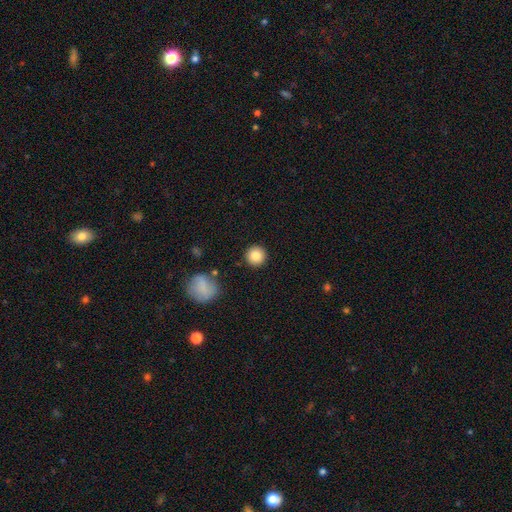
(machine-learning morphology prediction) The model was most divided on "smooth or featured": smooth: 83%, star or artifact: 9%, featured or disk: 7%. More confident: how rounded — round (95%); merging — none (90%).